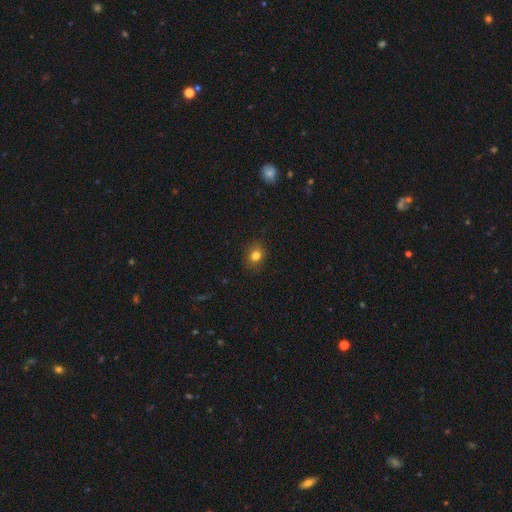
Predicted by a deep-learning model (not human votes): Overall: smooth (80%). How rounded: round (58%; in between 41%). Merging: none (86%).